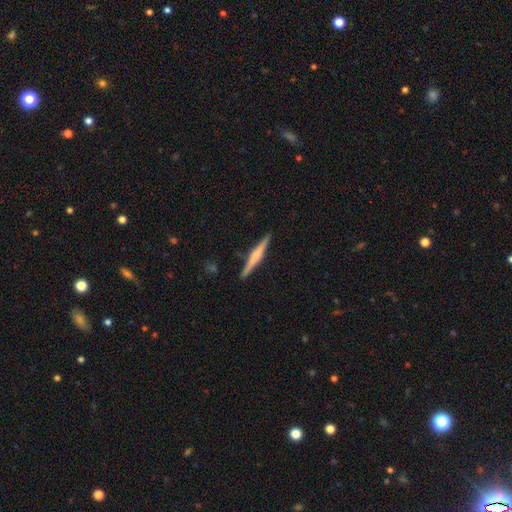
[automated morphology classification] Q: Smooth or featured?
A: featured or disk (66%); runner-up: smooth (29%)
Q: Edge-on disk?
A: yes (98%); runner-up: no (2%)
Q: Edge-on bulge?
A: rounded (76%); runner-up: none (12%)
Q: Merging?
A: none (91%); runner-up: minor disturbance (7%)